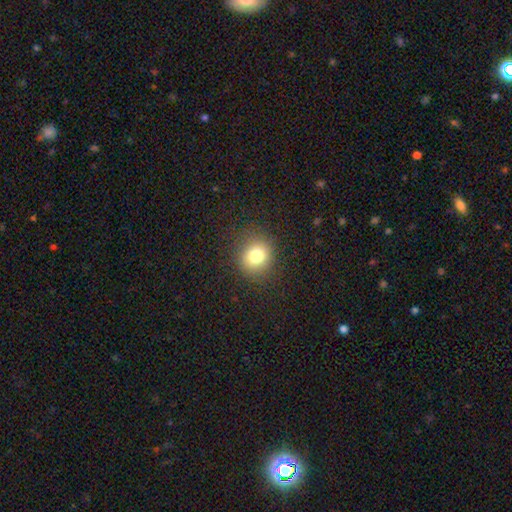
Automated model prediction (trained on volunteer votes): Q: Smooth or featured?
A: smooth (79%); runner-up: star or artifact (13%)
Q: How rounded?
A: round (85%); runner-up: in between (14%)
Q: Merging?
A: none (88%); runner-up: minor disturbance (8%)